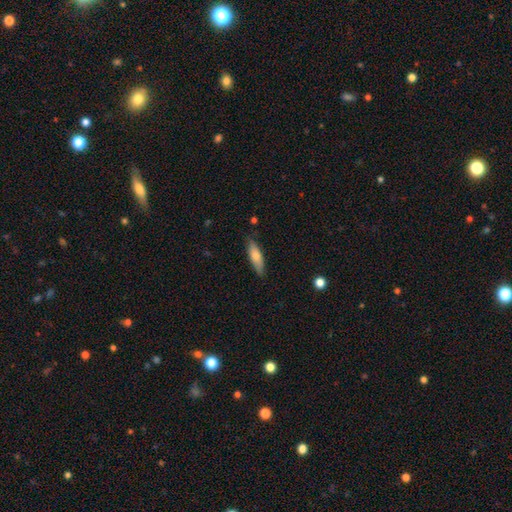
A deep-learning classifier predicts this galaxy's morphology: A smooth galaxy with no disk features (72%) that is cigar-shaped (57%). Merging: none (82%).